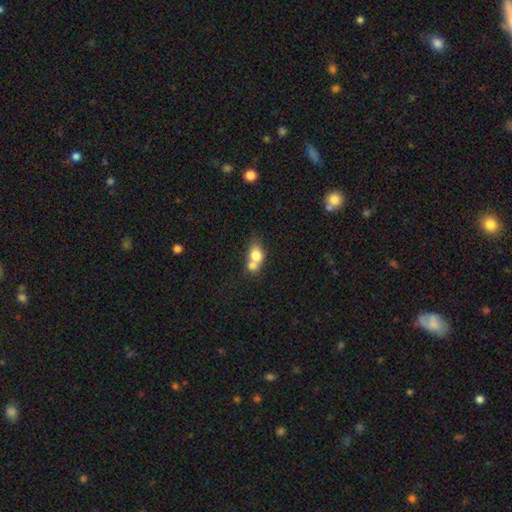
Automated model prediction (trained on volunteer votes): Morphology: type=smooth (75%); roundness=in between (54%); merging=merger (64%).